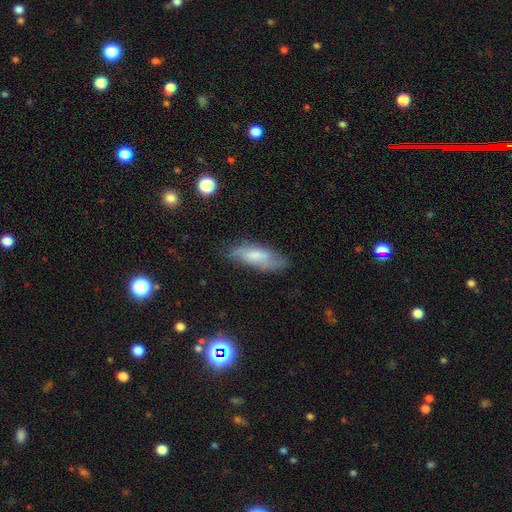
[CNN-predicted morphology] Q: Smooth or featured?
A: smooth (64%); runner-up: featured or disk (28%)
Q: How rounded?
A: in between (62%); runner-up: cigar-shaped (36%)
Q: Merging?
A: none (68%); runner-up: minor disturbance (24%)